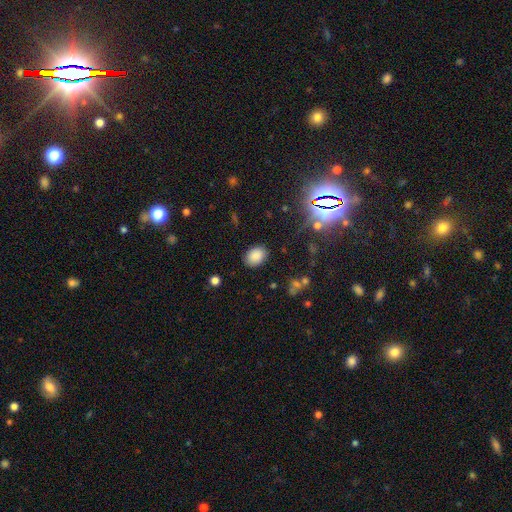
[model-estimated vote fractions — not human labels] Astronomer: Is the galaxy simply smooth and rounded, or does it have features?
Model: smooth — 84%.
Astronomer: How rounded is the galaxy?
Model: in between — 76%.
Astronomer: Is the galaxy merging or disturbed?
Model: none — 86%.